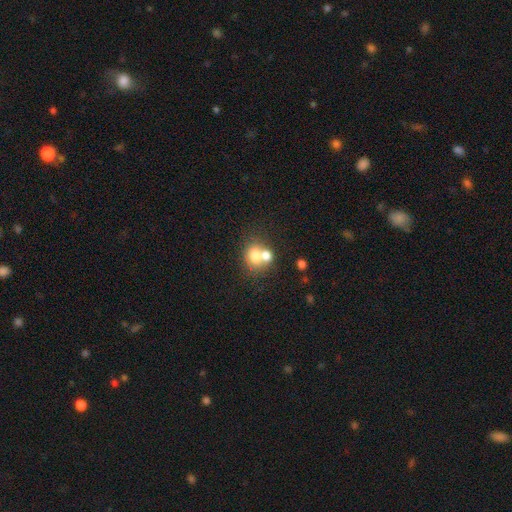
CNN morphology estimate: smooth-or-featured: smooth: 71% | featured or disk: 18% | star or artifact: 11%
  how-rounded: round: 54% | in between: 45% | cigar-shaped: 1%
  merging: merger: 55% | none: 32% | minor disturbance: 8% | major disturbance: 5%